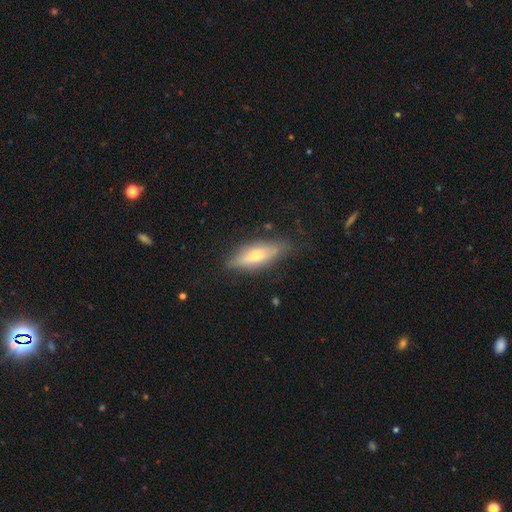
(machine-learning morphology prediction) type=smooth (51%); roundness=in between (49%, tied with cigar-shaped); merging=none (75%).